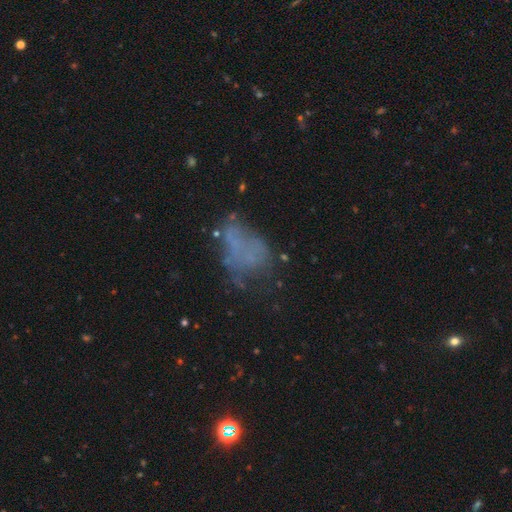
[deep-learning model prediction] This is marginally a featured or disk galaxy (42%). Merging: marginally major disturbance (35%, tied with none).